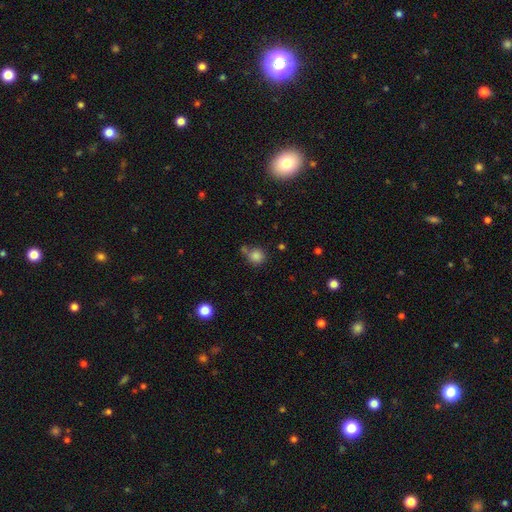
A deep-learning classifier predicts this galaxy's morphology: Smooth or featured? smooth (84%)
How rounded? round (88%)
Merging? none (62%)